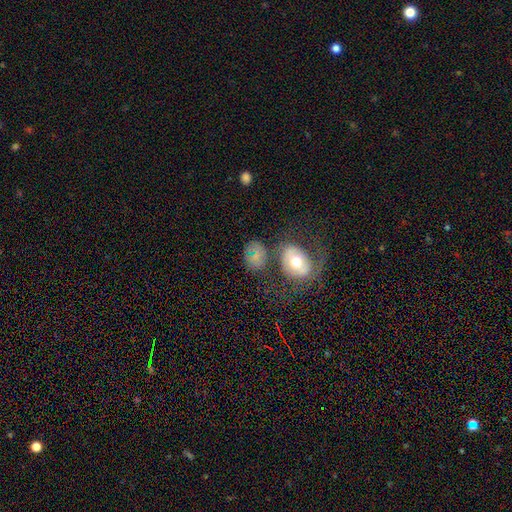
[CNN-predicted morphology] The model was most divided on "how rounded": in between: 57%, round: 41%, cigar-shaped: 1%. More confident: smooth or featured — smooth (62%); merging — none (53%).